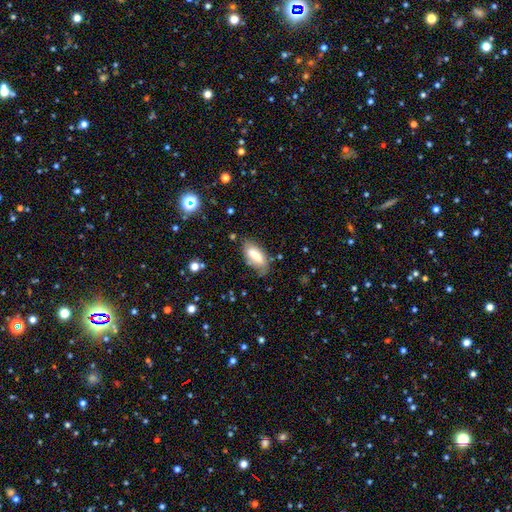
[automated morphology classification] Smooth or featured: smooth — 75% (featured or disk — 18%)
How rounded: in between — 87% (cigar-shaped — 11%)
Merging: none — 63% (minor disturbance — 26%)